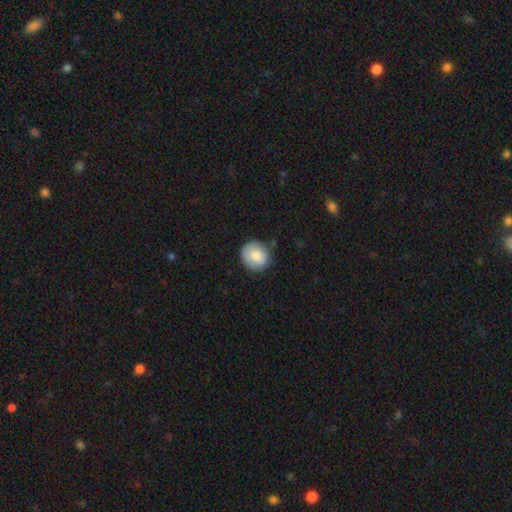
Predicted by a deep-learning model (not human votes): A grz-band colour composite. It shows a smooth galaxy with no disk features (81%) that is round (86%). Merging: none (77%).